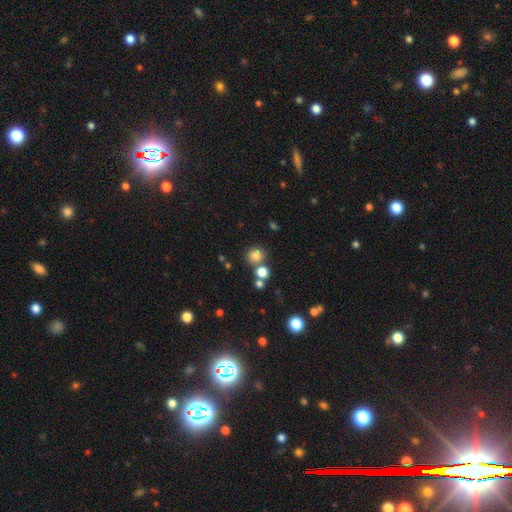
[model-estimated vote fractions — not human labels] Smooth or featured? Predicted: smooth (p=0.77). How rounded? Predicted: round (p=0.87). Merging? Predicted: none (p=0.72).